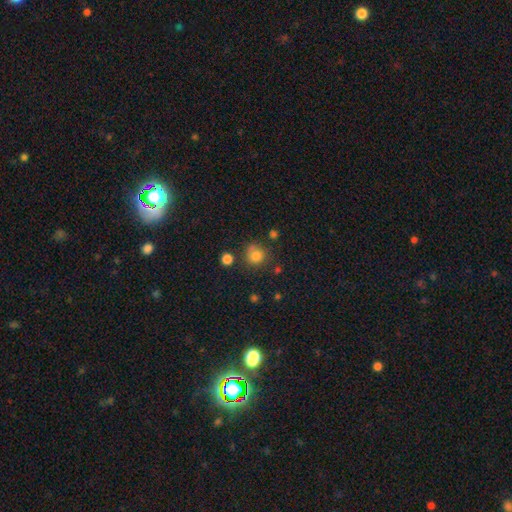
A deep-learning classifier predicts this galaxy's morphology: This appears to be a smooth galaxy with no disk features (80%) that is round (87%). Merging: none (69%).